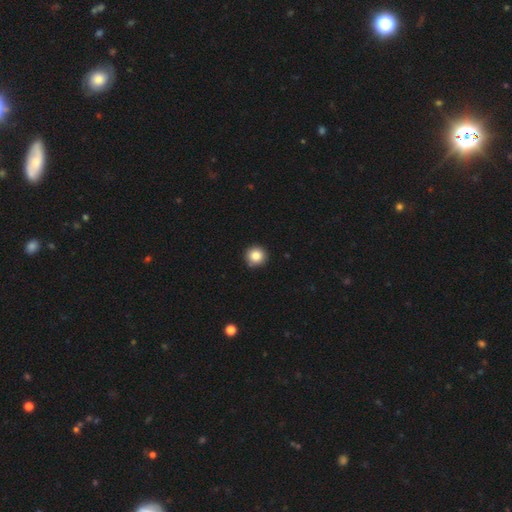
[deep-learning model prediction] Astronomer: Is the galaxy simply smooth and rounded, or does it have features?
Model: smooth — 85%.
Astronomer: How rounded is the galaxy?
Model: round — 95%.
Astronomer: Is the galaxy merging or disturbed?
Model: none — 90%.